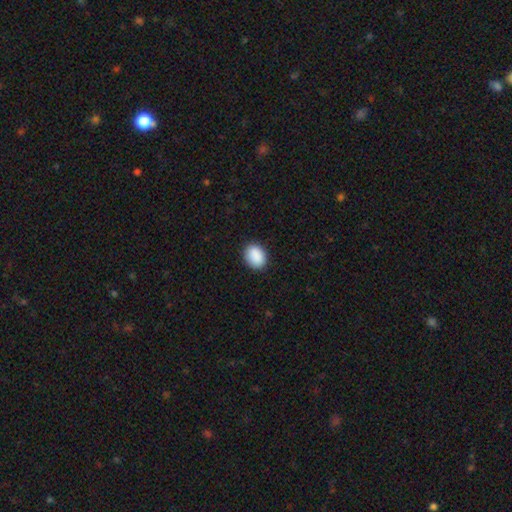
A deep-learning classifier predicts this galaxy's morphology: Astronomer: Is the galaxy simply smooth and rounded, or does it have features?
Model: smooth — 90%.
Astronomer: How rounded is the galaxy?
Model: in between — 66%.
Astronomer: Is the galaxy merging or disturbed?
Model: none — 88%.